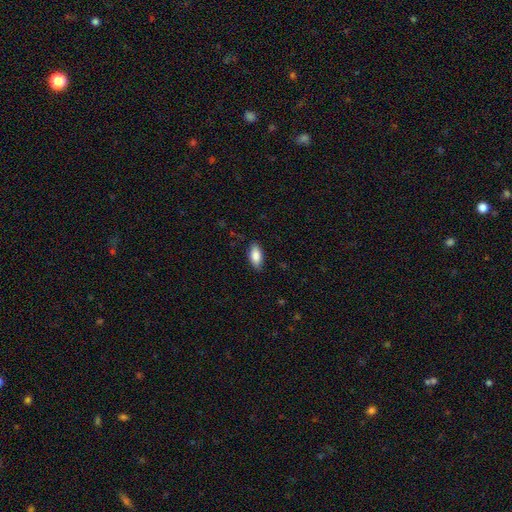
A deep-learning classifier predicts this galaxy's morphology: This appears to be a smooth galaxy with no disk features (86%) that is in between round and cigar-shaped (88%). Merging: none (85%).